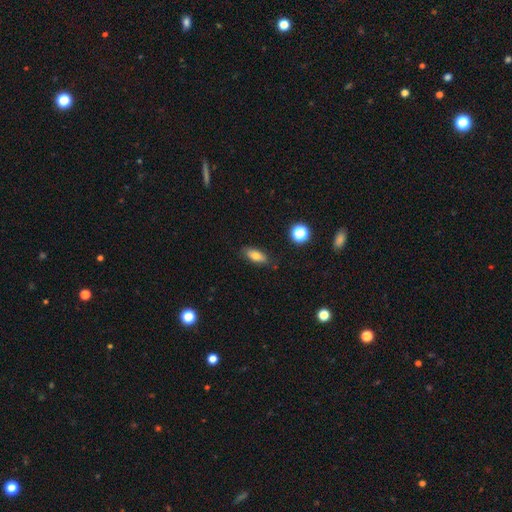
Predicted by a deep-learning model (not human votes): A smooth galaxy with no disk features (76%) that is in between round and cigar-shaped (76%). Merging: none (83%).